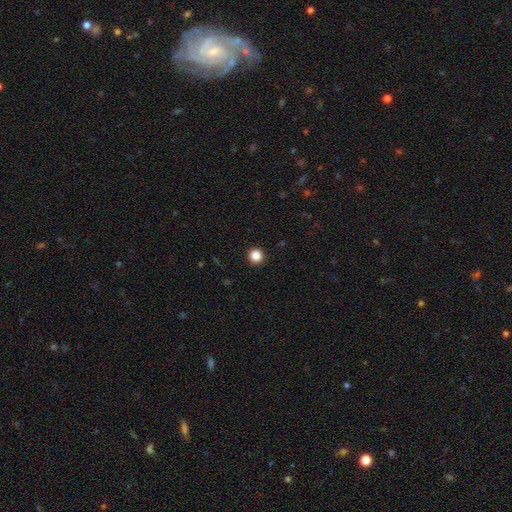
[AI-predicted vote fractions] smooth-or-featured: smooth: 86% | star or artifact: 11% | featured or disk: 3%
  how-rounded: round: 96% | in between: 3% | cigar-shaped: 1%
  merging: none: 94% | minor disturbance: 4% | major disturbance: 1% | merger: 1%